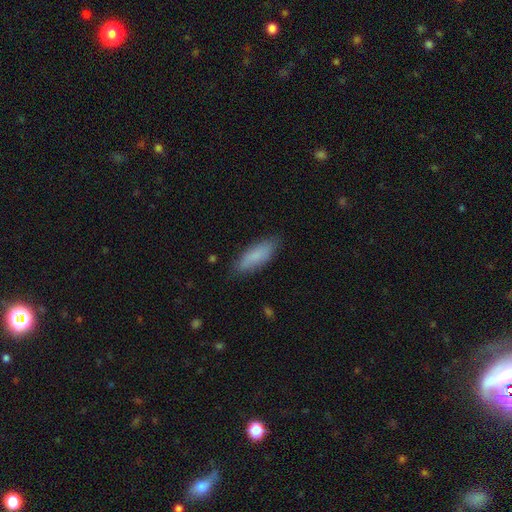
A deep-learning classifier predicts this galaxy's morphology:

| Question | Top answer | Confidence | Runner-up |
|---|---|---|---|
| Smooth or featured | smooth | 82% | featured or disk (12%) |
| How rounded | in between | 59% | cigar-shaped (39%) |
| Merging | none | 82% | minor disturbance (14%) |